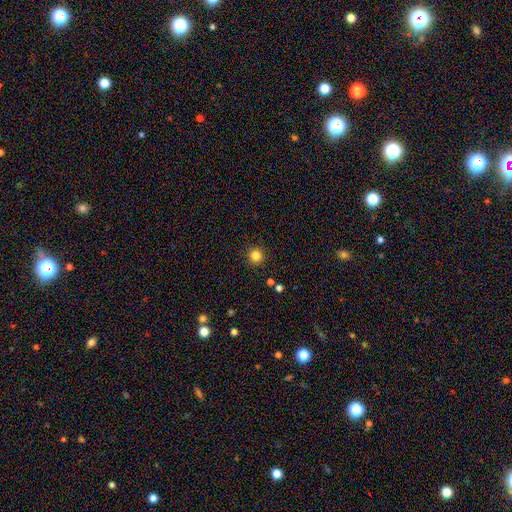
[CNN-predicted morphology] smooth 83%, star or artifact 13%, featured or disk 5%. Down the decision tree: how rounded — round (96%); merging — none (91%).